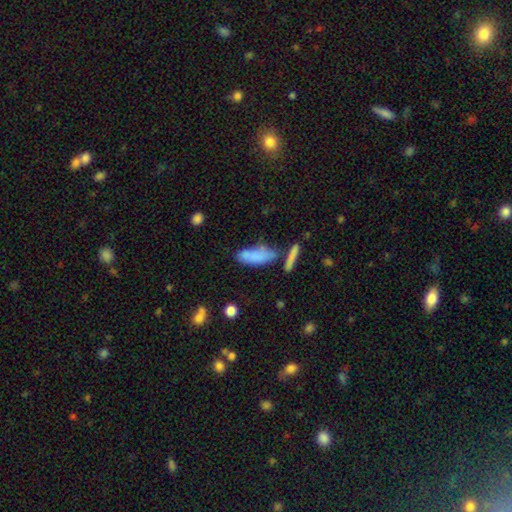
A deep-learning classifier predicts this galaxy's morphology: Smooth or featured? smooth (79%)
How rounded? in between (61%)
Merging? none (48%)